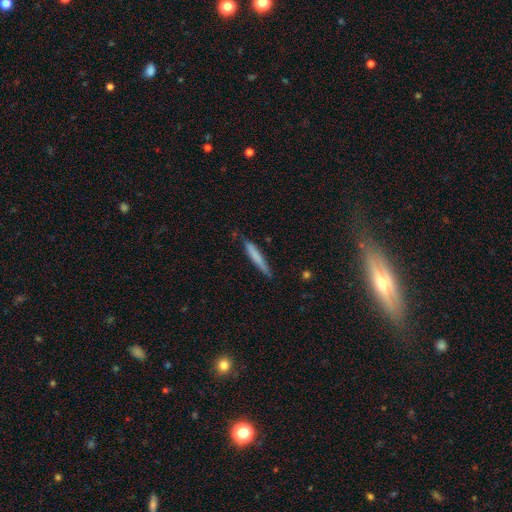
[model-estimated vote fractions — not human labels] Q: Smooth or featured?
A: smooth (69%); runner-up: featured or disk (25%)
Q: How rounded?
A: cigar-shaped (95%); runner-up: in between (4%)
Q: Merging?
A: none (79%); runner-up: minor disturbance (17%)